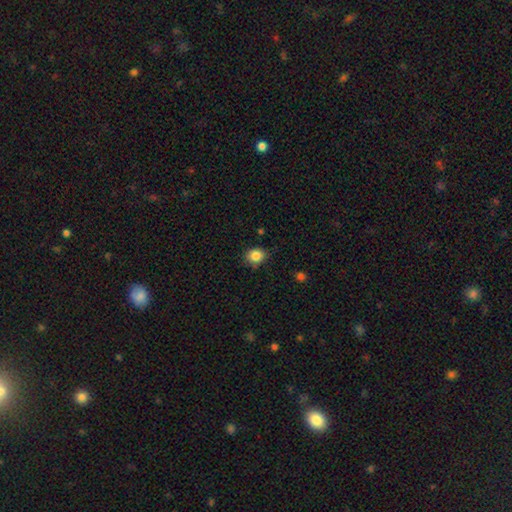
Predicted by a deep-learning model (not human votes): smooth 85%, star or artifact 10%, featured or disk 5%. Down the decision tree: how rounded — round (66%); merging — none (80%).